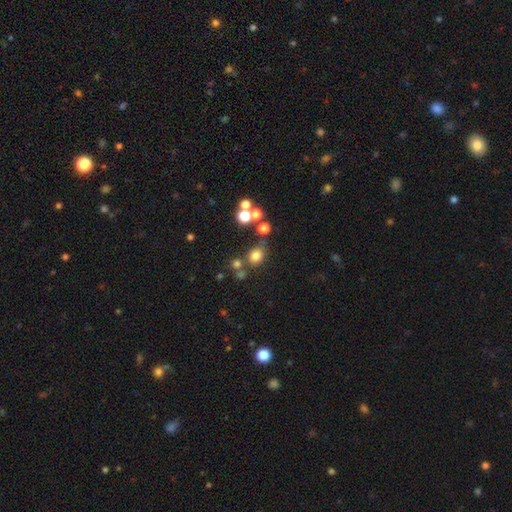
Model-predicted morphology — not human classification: Smooth or featured: smooth — 74% (star or artifact — 18%)
How rounded: round — 62% (in between — 37%)
Merging: none — 67% (merger — 15%)